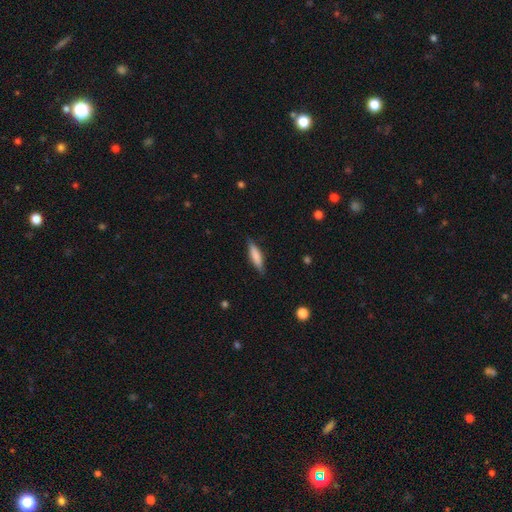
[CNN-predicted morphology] Smooth or featured? Predicted: smooth (p=0.72). How rounded? Predicted: cigar-shaped (p=0.70). Merging? Predicted: none (p=0.84).